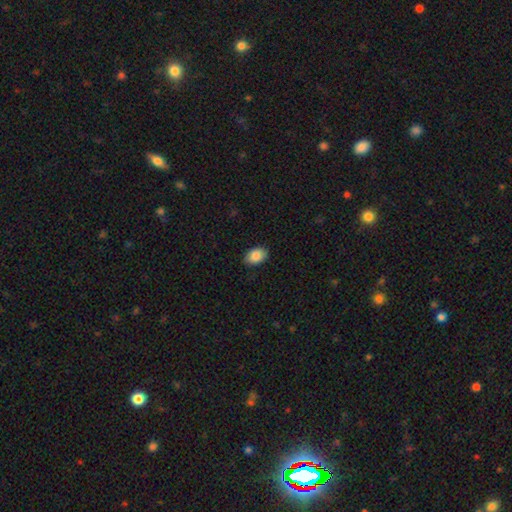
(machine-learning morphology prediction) A smooth galaxy with no disk features (88%) that is in between round and cigar-shaped (84%). Merging: none (87%).